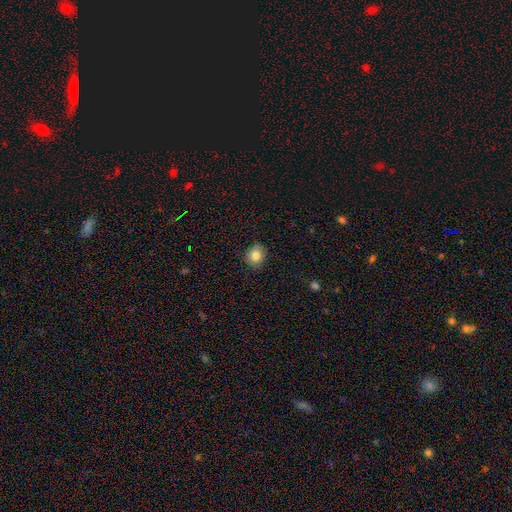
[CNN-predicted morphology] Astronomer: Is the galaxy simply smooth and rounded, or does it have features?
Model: smooth — 83%.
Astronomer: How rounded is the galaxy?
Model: round — 73%.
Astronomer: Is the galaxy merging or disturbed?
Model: none — 87%.